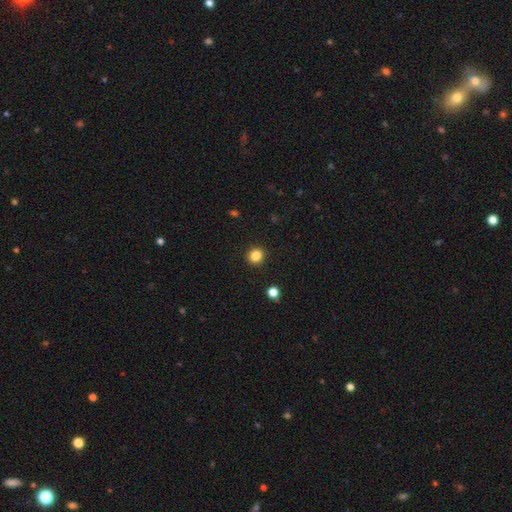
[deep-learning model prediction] A smooth galaxy with no disk features (85%) that is round (86%). Merging: none (92%).